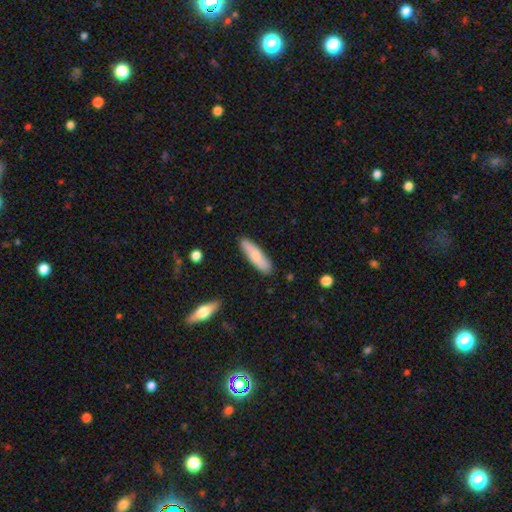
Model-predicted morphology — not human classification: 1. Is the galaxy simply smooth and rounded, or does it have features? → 75% smooth, 20% featured or disk, 5% star or artifact.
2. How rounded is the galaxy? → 68% cigar-shaped, 31% in between, 2% round.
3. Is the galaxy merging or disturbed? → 87% none, 10% minor disturbance, 2% major disturbance, 2% merger.